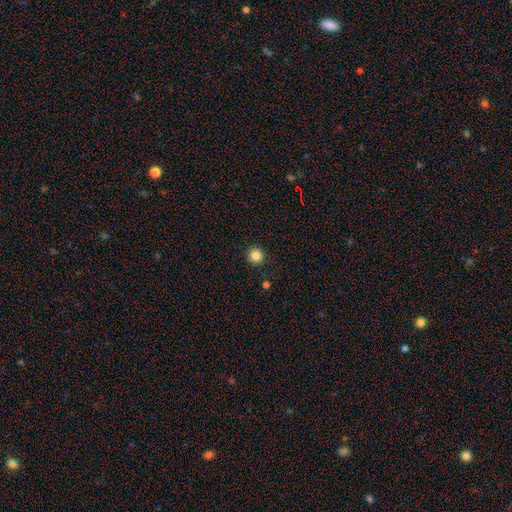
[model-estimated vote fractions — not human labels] Smooth or featured? smooth (84%)
How rounded? round (94%)
Merging? none (92%)